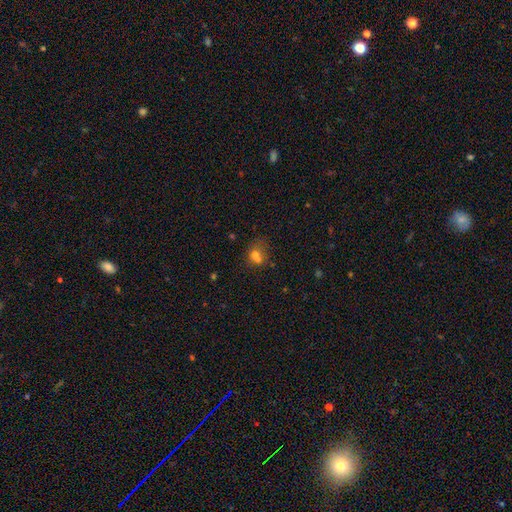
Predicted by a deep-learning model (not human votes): The model was most divided on "how rounded": round: 58%, in between: 41%, cigar-shaped: 1%. Remaining: smooth or featured — smooth (65%); merging — merger (49%).